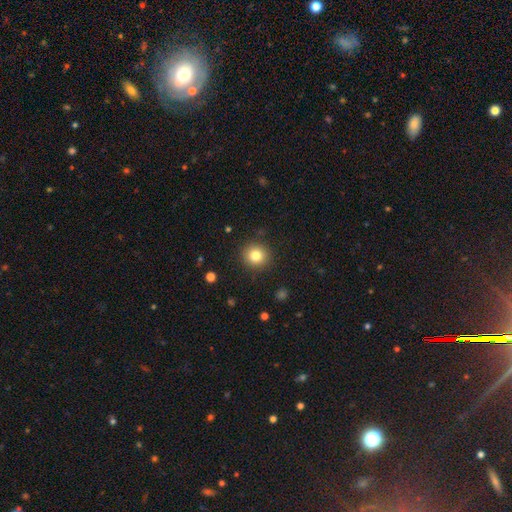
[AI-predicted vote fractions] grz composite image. It shows a smooth galaxy with no disk features (81%) that is round (91%). Merging: none (89%).